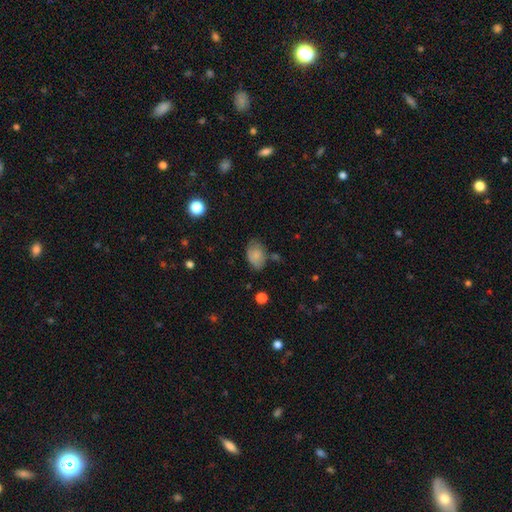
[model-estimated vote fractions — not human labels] A smooth galaxy with no disk features (76%) that is in between round and cigar-shaped (85%). Merging: none (56%).